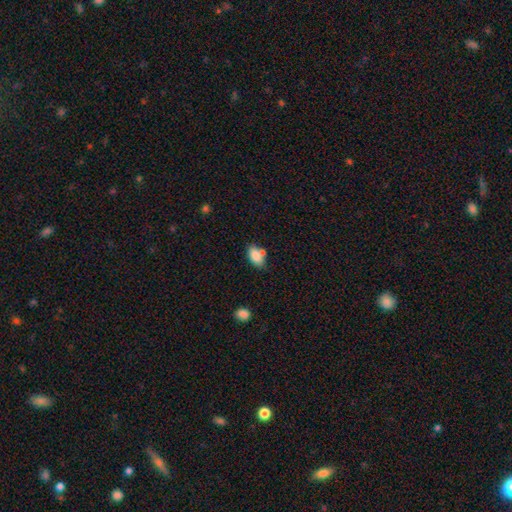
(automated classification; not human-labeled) Smooth or featured? Predicted: smooth (p=0.82). How rounded? Predicted: in between (p=0.89). Merging? Predicted: none (p=0.57).